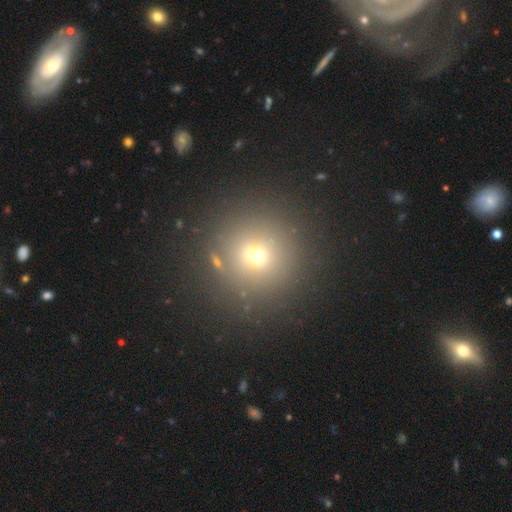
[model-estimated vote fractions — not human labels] Overall: smooth (66%). How rounded: round (95%). Merging: none (86%).